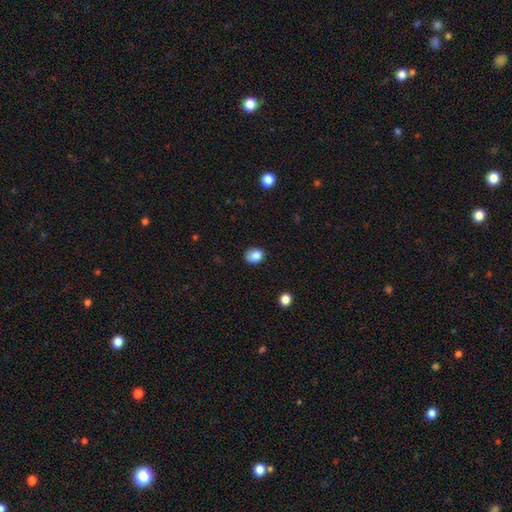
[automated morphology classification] This is clearly a smooth galaxy (83%). How rounded: possibly in between (54%). Merging: likely none (66%).